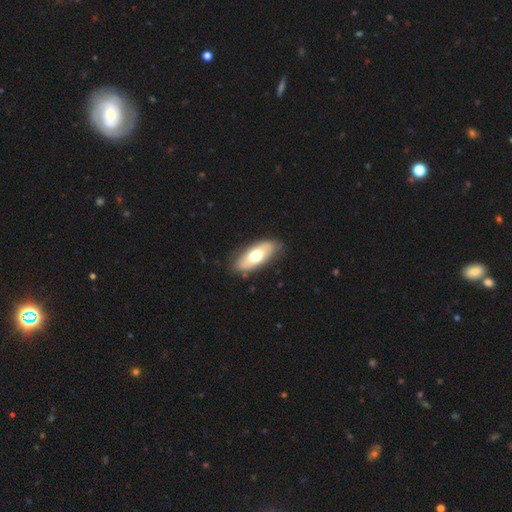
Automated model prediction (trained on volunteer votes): A smooth galaxy with no disk features (62%) that is in between round and cigar-shaped (81%).

Vote fractions:
- Smooth or featured? smooth: 62% / featured or disk: 33% / star or artifact: 5%
- How rounded? in between: 81% / cigar-shaped: 16% / round: 3%
- Merging? none: 82% / minor disturbance: 13% / major disturbance: 3% / merger: 1%